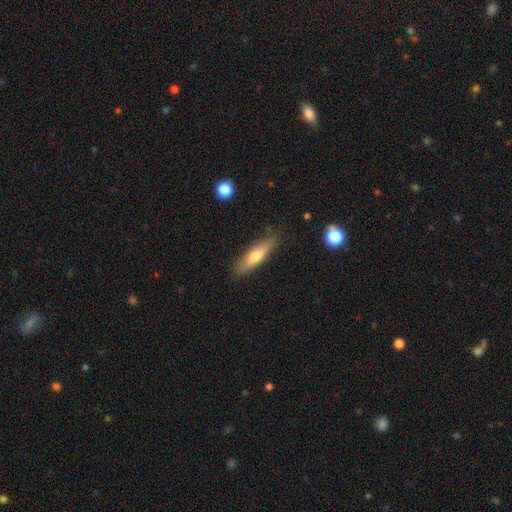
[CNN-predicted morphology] Smooth or featured? Predicted: smooth (p=0.63). How rounded? Predicted: cigar-shaped (p=0.71). Merging? Predicted: none (p=0.83).